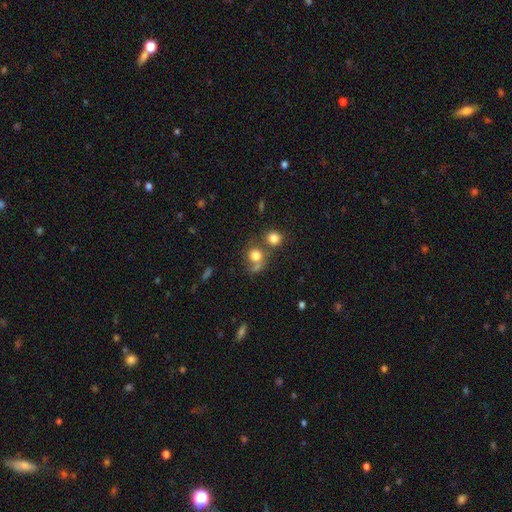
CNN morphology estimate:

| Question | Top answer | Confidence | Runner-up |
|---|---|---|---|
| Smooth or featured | smooth | 74% | featured or disk (14%) |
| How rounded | round | 80% | in between (19%) |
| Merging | none | 41% | merger (33%) |